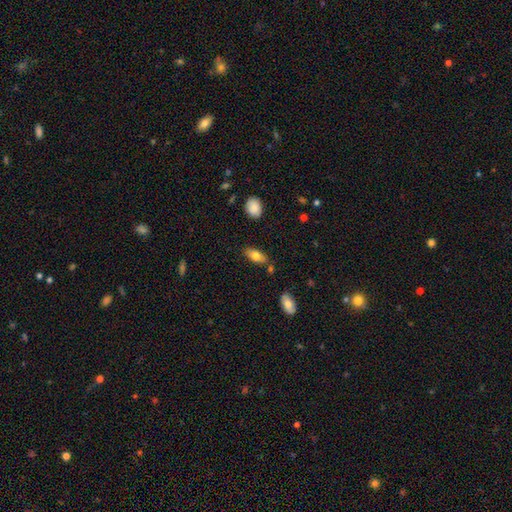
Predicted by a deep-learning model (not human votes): Overall: smooth (75%). How rounded: in between (83%). Merging: none (78%).